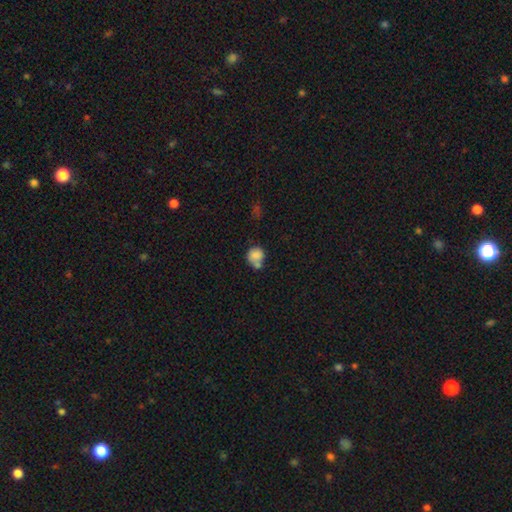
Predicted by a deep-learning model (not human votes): Overall: smooth (80%). How rounded: round (79%). Merging: none (40%; merger 38%).